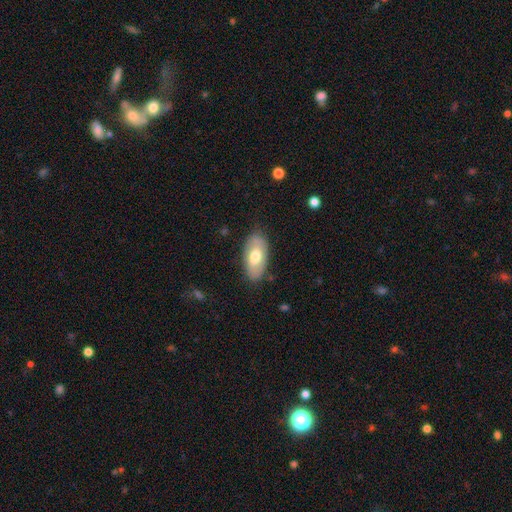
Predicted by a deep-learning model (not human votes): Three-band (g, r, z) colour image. It shows a smooth galaxy with no disk features (62%) that is in between round and cigar-shaped (93%). Merging: none (80%).